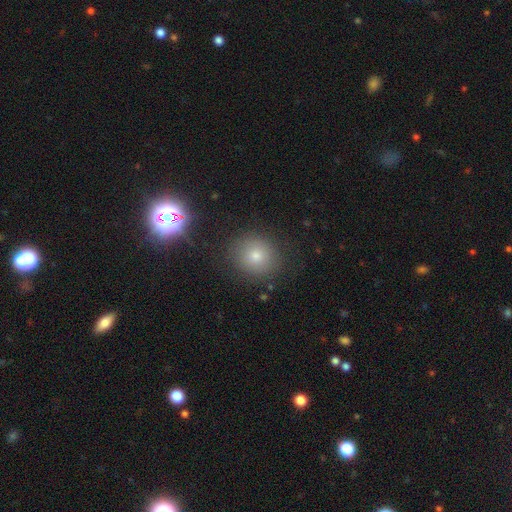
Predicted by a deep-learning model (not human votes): Smooth or featured? smooth (69%)
How rounded? round (89%)
Merging? none (87%)